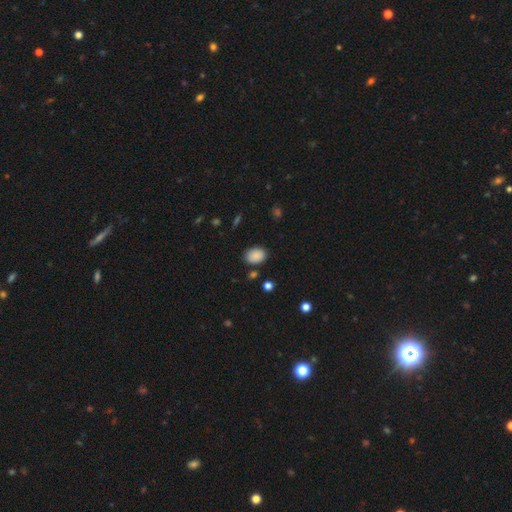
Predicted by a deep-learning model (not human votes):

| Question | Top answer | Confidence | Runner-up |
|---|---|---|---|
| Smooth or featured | smooth | 88% | star or artifact (8%) |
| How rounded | in between | 70% | round (29%) |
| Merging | none | 83% | minor disturbance (12%) |